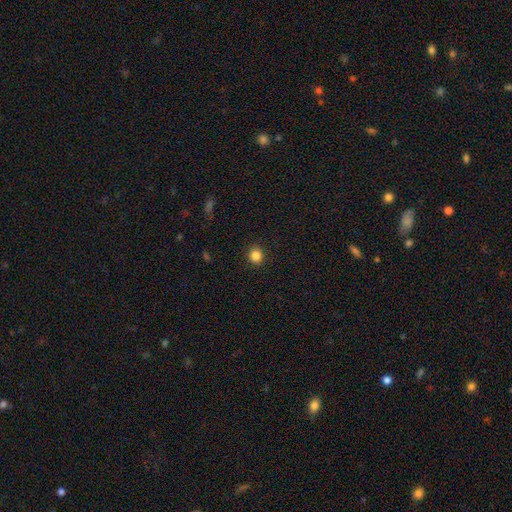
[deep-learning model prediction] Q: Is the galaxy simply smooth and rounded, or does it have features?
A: smooth — 85%.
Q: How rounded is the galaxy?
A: round — 86%.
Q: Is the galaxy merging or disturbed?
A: none — 91%.